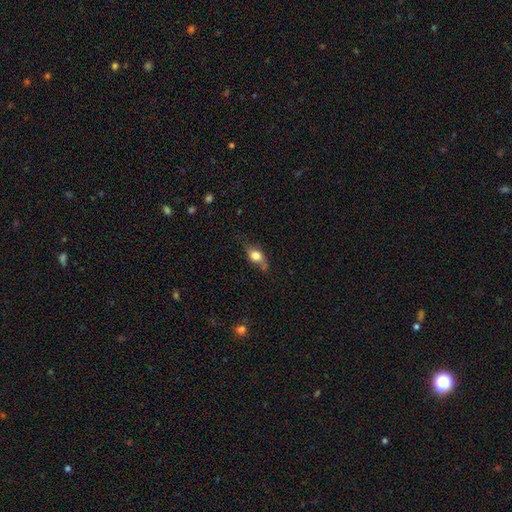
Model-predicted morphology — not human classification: A smooth galaxy with no disk features (68%) that is in between round and cigar-shaped (71%). Merging: none (57%).